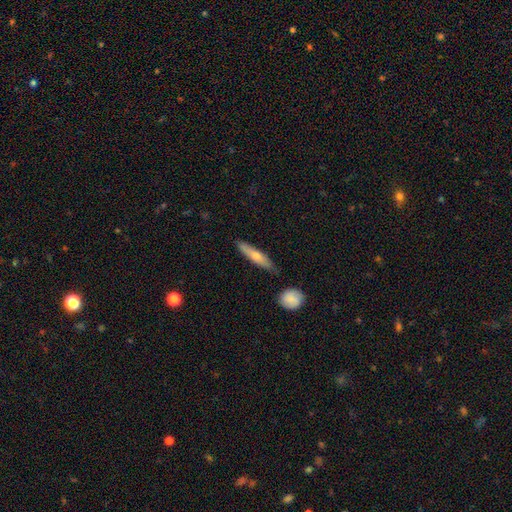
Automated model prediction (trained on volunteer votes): Smooth or featured? Predicted: smooth (p=0.63). How rounded? Predicted: cigar-shaped (p=0.83). Merging? Predicted: none (p=0.81).